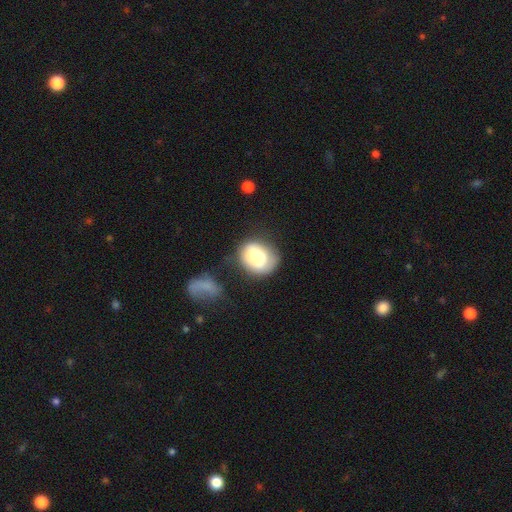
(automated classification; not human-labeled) smooth_or_featured: smooth (p=0.72) [alt: featured or disk p=0.20]
how_rounded: round (p=0.66) [alt: in between p=0.33]
merging: none (p=0.63) [alt: minor disturbance p=0.21]